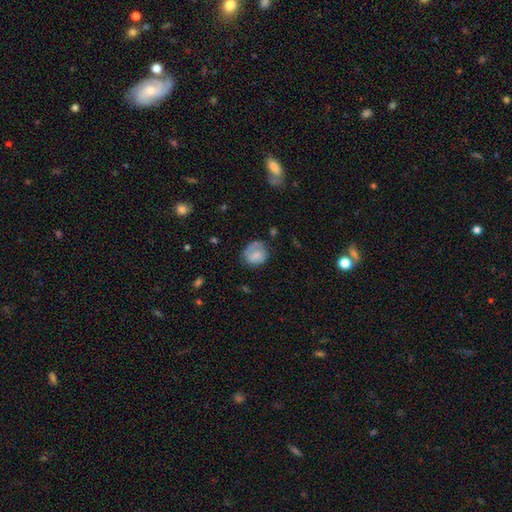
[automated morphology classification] A smooth galaxy with no disk features (69%) that is round (74%).

Vote fractions:
- Smooth or featured? smooth: 69% / featured or disk: 23% / star or artifact: 8%
- How rounded? round: 74% / in between: 25% / cigar-shaped: 1%
- Merging? none: 55% / minor disturbance: 26% / major disturbance: 15% / merger: 4%